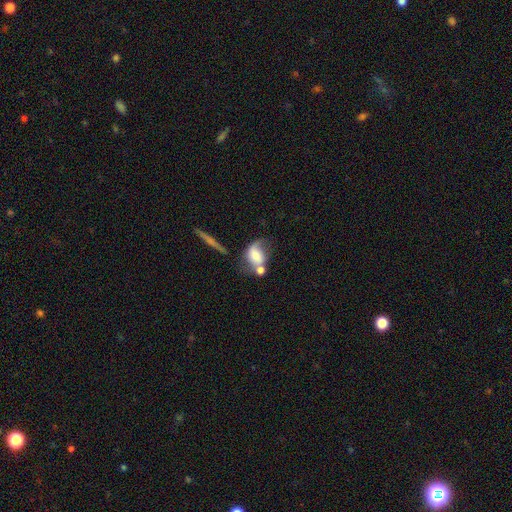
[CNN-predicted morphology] Q: Smooth or featured?
A: smooth (54%); runner-up: featured or disk (37%)
Q: How rounded?
A: in between (68%); runner-up: round (29%)
Q: Merging?
A: merger (32%); runner-up: none (28%)